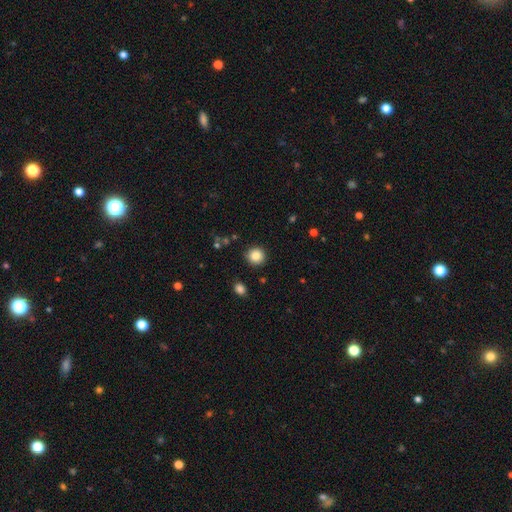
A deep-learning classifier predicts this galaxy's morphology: This appears to be a smooth galaxy with no disk features (86%) that is round (92%). Merging: none (90%).